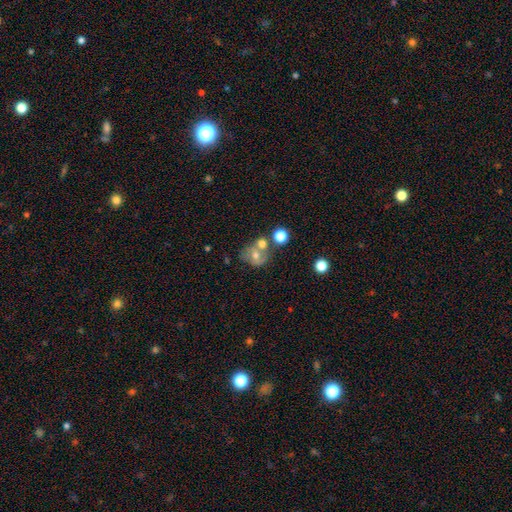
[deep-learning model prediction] A smooth galaxy with no disk features (55%) that is round (68%).

Vote fractions:
- Smooth or featured? smooth: 55% / featured or disk: 32% / star or artifact: 13%
- How rounded? round: 68% / in between: 31% / cigar-shaped: 1%
- Merging? none: 40% / merger: 39% / minor disturbance: 14% / major disturbance: 8%